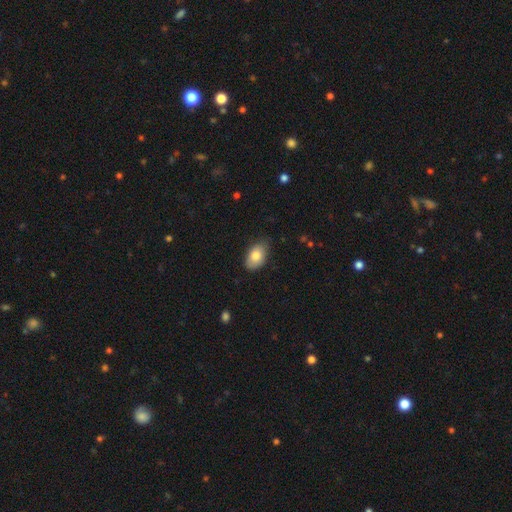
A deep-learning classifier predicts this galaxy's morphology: smooth_or_featured: smooth (p=0.81) [alt: featured or disk p=0.12]
how_rounded: in between (p=0.91) [alt: round p=0.07]
merging: none (p=0.76) [alt: minor disturbance p=0.20]